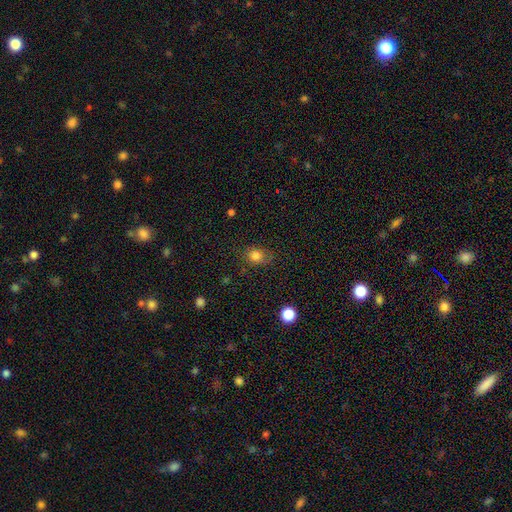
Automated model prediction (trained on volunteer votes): smooth-or-featured: smooth: 81% | star or artifact: 12% | featured or disk: 7%
  how-rounded: round: 53% | in between: 46% | cigar-shaped: 1%
  merging: none: 70% | minor disturbance: 21% | major disturbance: 7% | merger: 2%